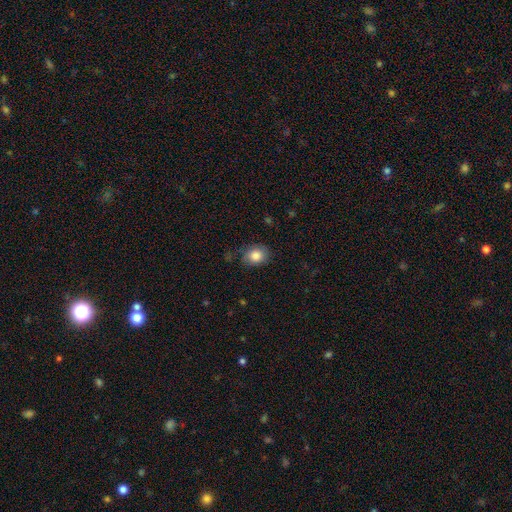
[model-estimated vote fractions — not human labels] A smooth galaxy with no disk features (83%) that is in between round and cigar-shaped (51%).

Vote fractions:
- Smooth or featured? smooth: 83% / featured or disk: 8% / star or artifact: 8%
- How rounded? in between: 51% / round: 48% / cigar-shaped: 1%
- Merging? none: 73% / minor disturbance: 21% / major disturbance: 5% / merger: 1%